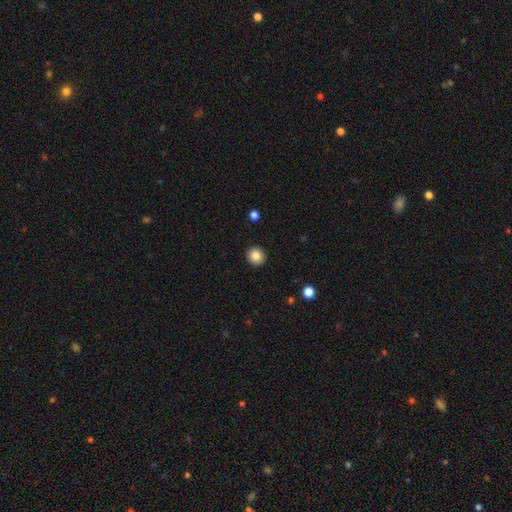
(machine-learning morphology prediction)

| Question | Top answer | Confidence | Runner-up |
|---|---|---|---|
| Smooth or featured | smooth | 84% | star or artifact (10%) |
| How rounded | round | 92% | in between (7%) |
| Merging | none | 92% | minor disturbance (5%) |